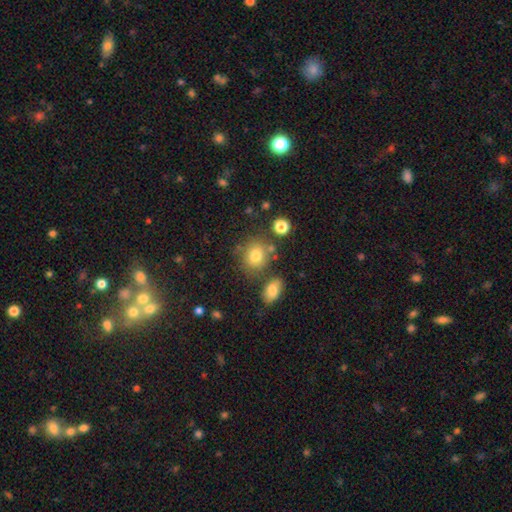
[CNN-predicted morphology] Overall: smooth (78%). How rounded: round (71%). Merging: none (70%).